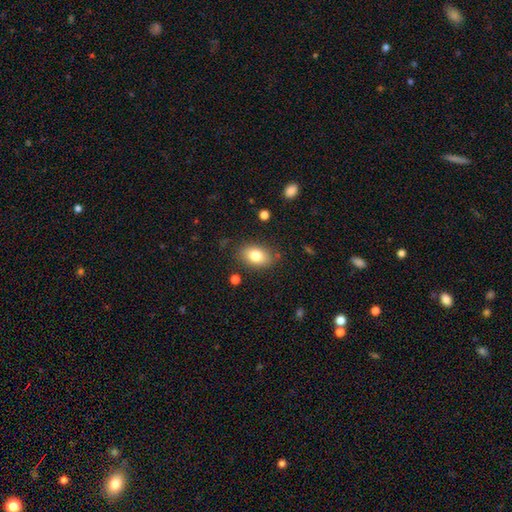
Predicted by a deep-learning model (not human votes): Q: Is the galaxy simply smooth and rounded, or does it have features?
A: smooth — 80%.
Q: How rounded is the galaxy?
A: in between — 85%.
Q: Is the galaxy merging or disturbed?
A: none — 81%.